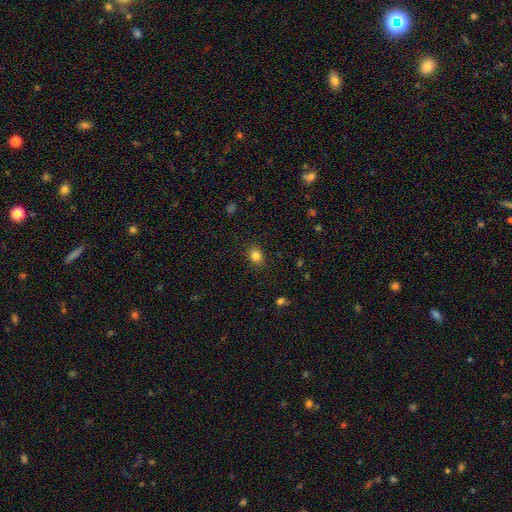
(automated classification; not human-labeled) Smooth or featured?
  - smooth: 84% *
  - star or artifact: 11%
  - featured or disk: 5%
How rounded?
  - round: 62% *
  - in between: 37%
  - cigar-shaped: 1%
Merging?
  - none: 87% *
  - minor disturbance: 10%
  - major disturbance: 3%
  - merger: 1%